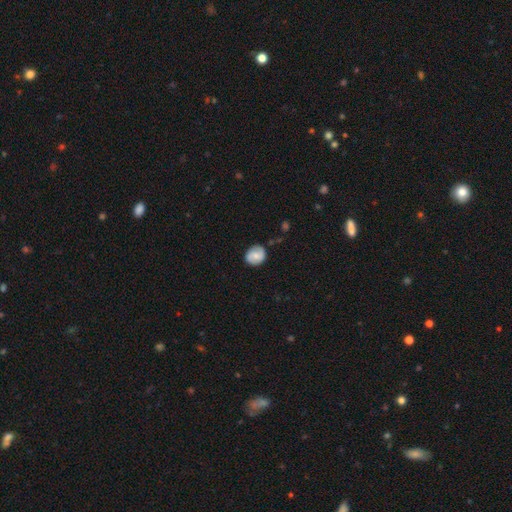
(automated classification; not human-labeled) Q: Smooth or featured?
A: smooth (59%); runner-up: featured or disk (33%)
Q: How rounded?
A: round (69%); runner-up: in between (30%)
Q: Merging?
A: none (77%); runner-up: minor disturbance (18%)